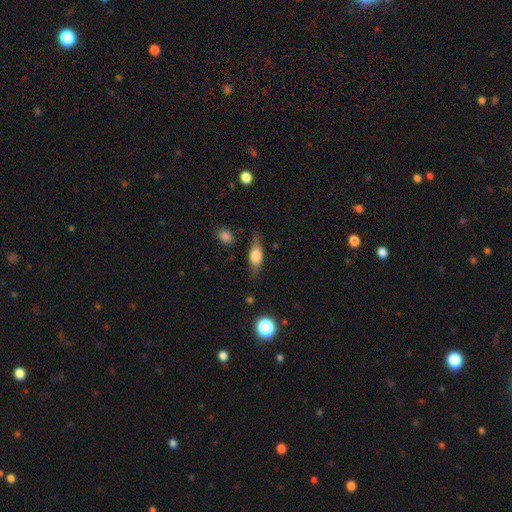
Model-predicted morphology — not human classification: Smooth or featured: smooth — 55% (featured or disk — 37%)
How rounded: in between — 62% (cigar-shaped — 31%)
Merging: none — 73% (minor disturbance — 18%)